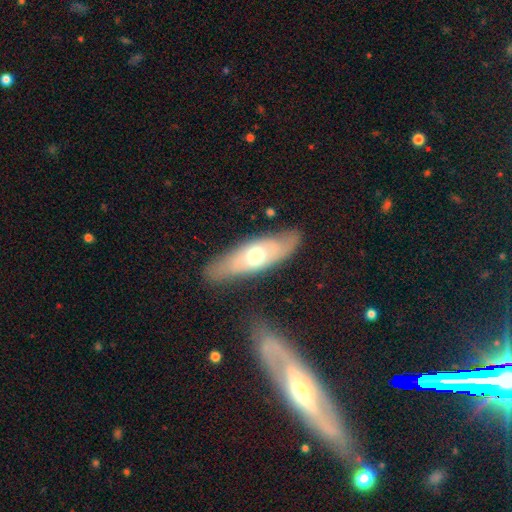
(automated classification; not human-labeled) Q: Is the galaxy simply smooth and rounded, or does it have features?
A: smooth — 47%.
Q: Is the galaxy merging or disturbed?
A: none — 80%.